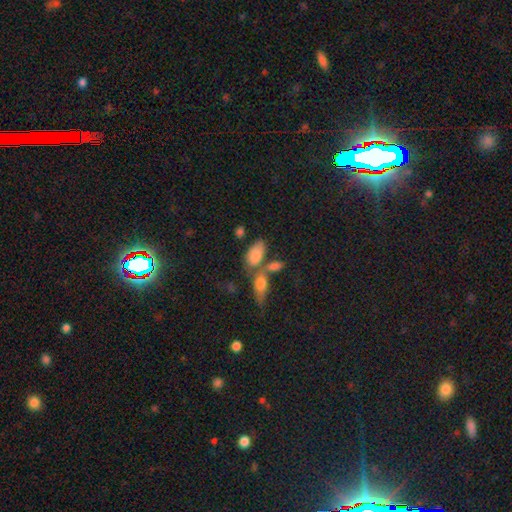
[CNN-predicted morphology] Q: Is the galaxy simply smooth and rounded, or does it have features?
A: smooth — 78%.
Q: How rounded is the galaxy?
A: in between — 90%.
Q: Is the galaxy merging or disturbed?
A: none — 44%.